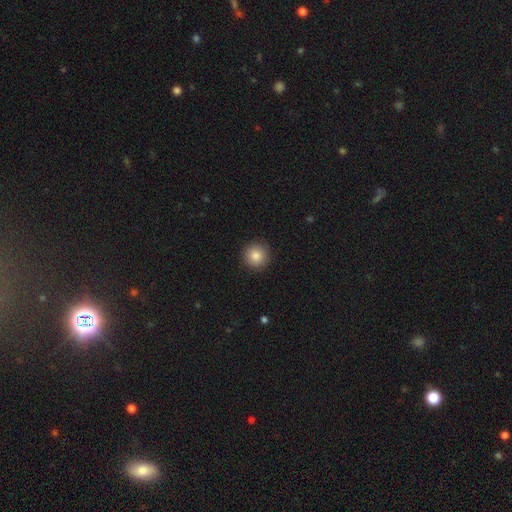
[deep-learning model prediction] Smooth or featured: smooth — 85% (star or artifact — 9%)
How rounded: round — 95% (in between — 4%)
Merging: none — 92% (minor disturbance — 5%)